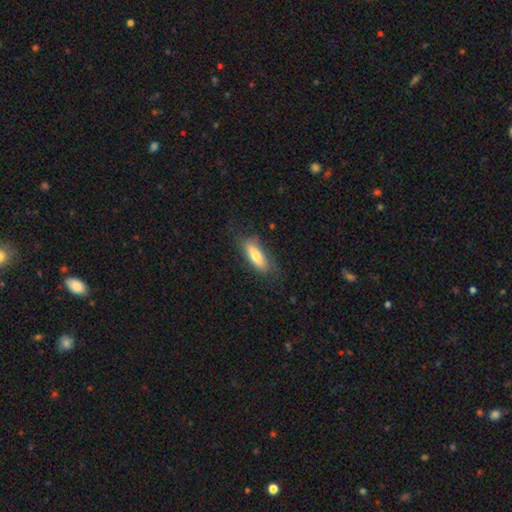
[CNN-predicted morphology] A smooth galaxy with no disk features (71%) that is in between round and cigar-shaped (56%). Merging: none (73%).